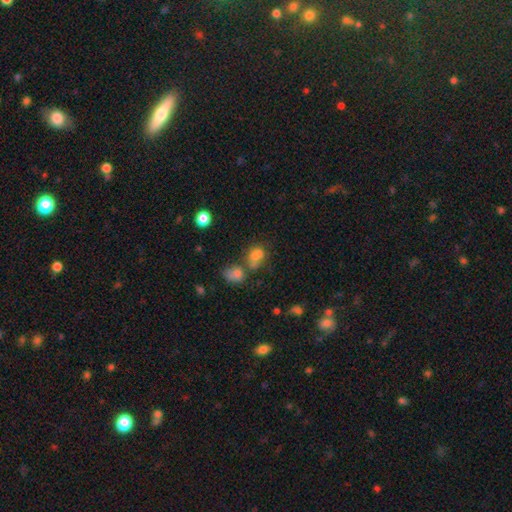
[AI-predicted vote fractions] Smooth or featured? Predicted: smooth (p=0.67). How rounded? Predicted: in between (p=0.52). Merging? Predicted: merger (p=0.44).